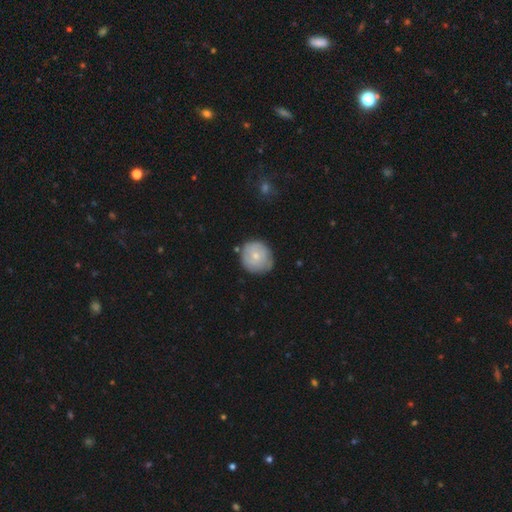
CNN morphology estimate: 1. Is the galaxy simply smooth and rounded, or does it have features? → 60% smooth, 33% featured or disk, 6% star or artifact.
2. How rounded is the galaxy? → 89% round, 10% in between, 1% cigar-shaped.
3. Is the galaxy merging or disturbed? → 72% none, 21% minor disturbance, 5% major disturbance, 3% merger.